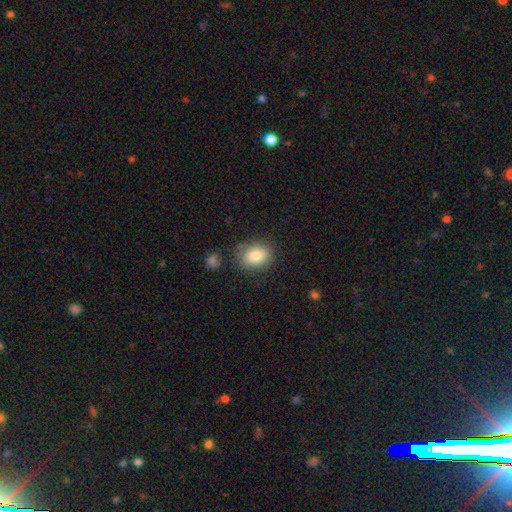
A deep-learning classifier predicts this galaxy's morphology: smooth 82%, featured or disk 9%, star or artifact 8%. Down the decision tree: how rounded — in between (63%); merging — none (77%).